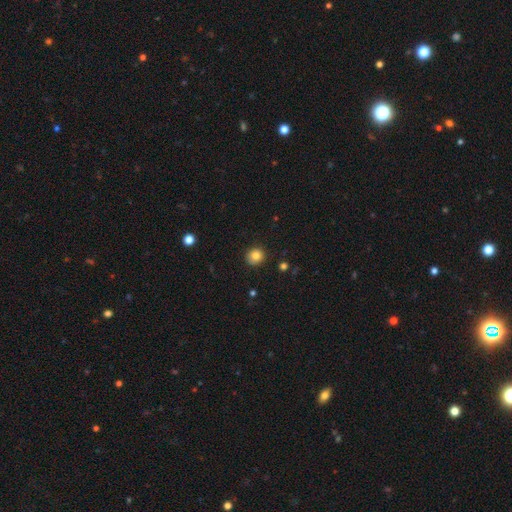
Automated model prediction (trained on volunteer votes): smooth-or-featured: smooth: 82% | star or artifact: 11% | featured or disk: 7%
  how-rounded: round: 87% | in between: 12% | cigar-shaped: 1%
  merging: none: 86% | minor disturbance: 10% | major disturbance: 2% | merger: 1%